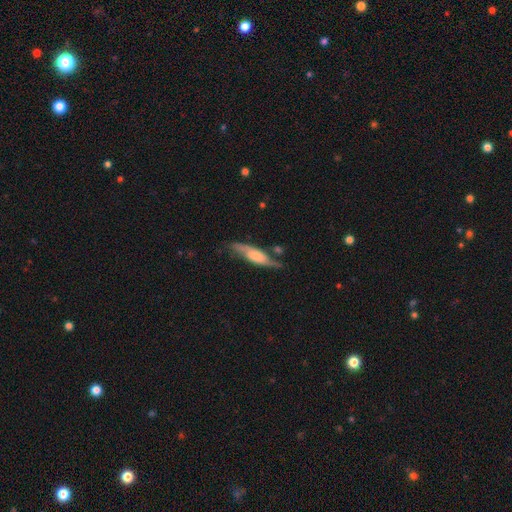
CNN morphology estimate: Smooth or featured? Predicted: featured or disk (p=0.54). Edge-on disk? Predicted: no (p=0.52). Merging? Predicted: none (p=0.61).